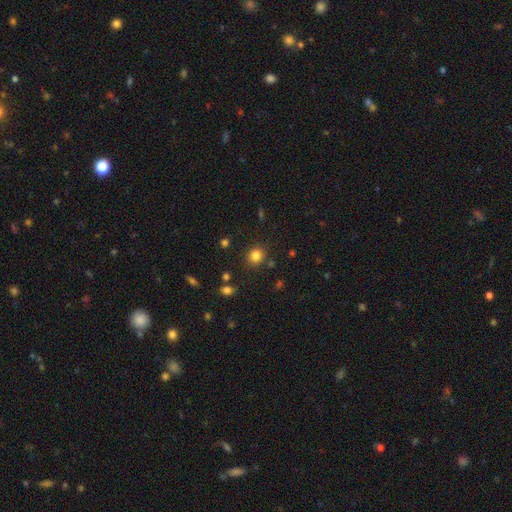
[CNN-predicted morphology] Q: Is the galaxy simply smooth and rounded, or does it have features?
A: smooth — 82%.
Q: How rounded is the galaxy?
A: round — 81%.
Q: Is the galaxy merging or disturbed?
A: none — 84%.